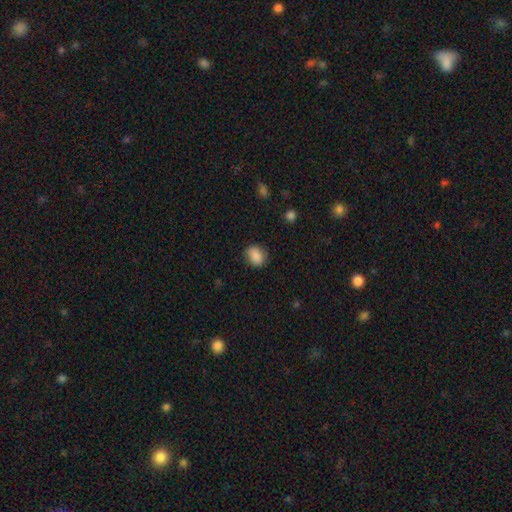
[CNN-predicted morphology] smooth-or-featured: smooth: 86% | star or artifact: 8% | featured or disk: 5%
  how-rounded: round: 55% | in between: 44% | cigar-shaped: 1%
  merging: none: 82% | minor disturbance: 14% | major disturbance: 3% | merger: 1%